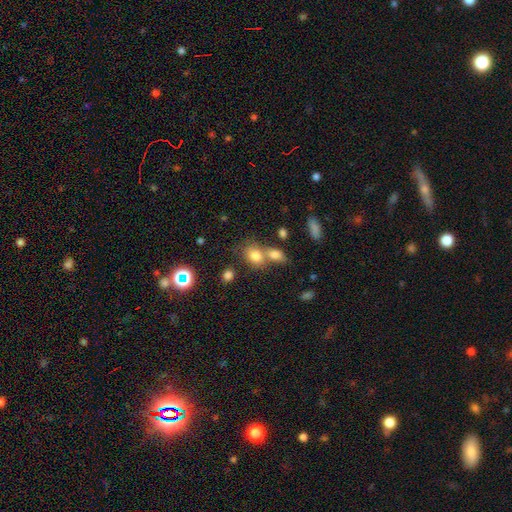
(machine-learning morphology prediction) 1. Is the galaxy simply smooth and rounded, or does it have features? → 77% smooth, 12% star or artifact, 11% featured or disk.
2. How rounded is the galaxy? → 62% in between, 36% round, 2% cigar-shaped.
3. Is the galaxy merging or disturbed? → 43% merger, 42% none, 10% minor disturbance, 5% major disturbance.